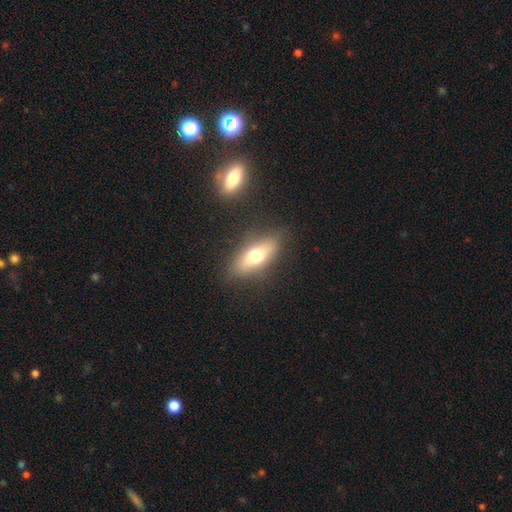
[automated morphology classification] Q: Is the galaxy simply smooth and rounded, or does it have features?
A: smooth — 62%.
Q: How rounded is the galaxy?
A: in between — 65%.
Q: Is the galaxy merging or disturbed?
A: none — 83%.